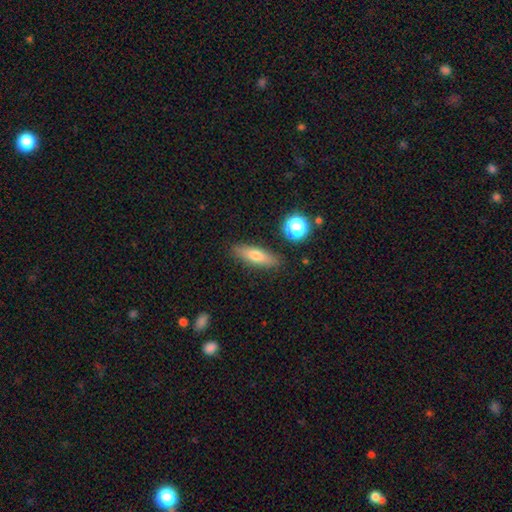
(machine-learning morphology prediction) Smooth or featured?
  - smooth: 67% *
  - featured or disk: 25%
  - star or artifact: 8%
How rounded?
  - cigar-shaped: 57% *
  - in between: 39%
  - round: 4%
Merging?
  - none: 87% *
  - minor disturbance: 9%
  - major disturbance: 2%
  - merger: 2%